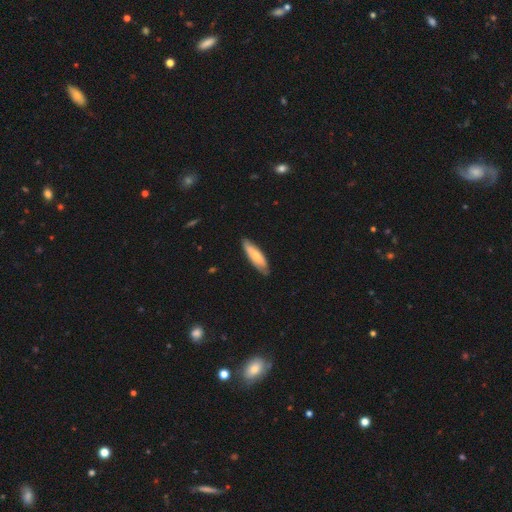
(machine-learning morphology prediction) A smooth galaxy with no disk features (63%) that is cigar-shaped (56%). Merging: none (82%).